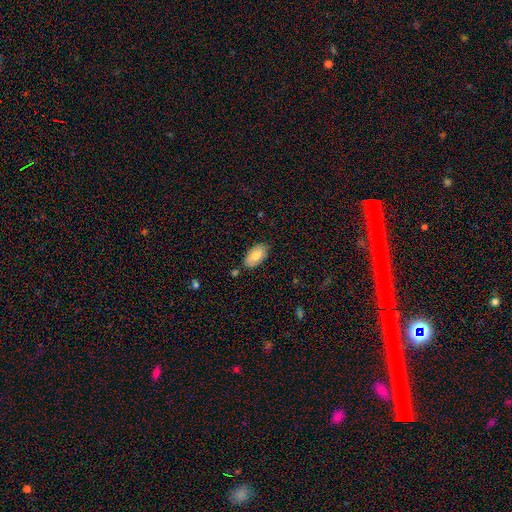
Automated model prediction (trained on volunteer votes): The model was most divided on "smooth or featured": smooth: 79%, featured or disk: 15%, star or artifact: 6%. More confident: how rounded — in between (95%); merging — none (80%).